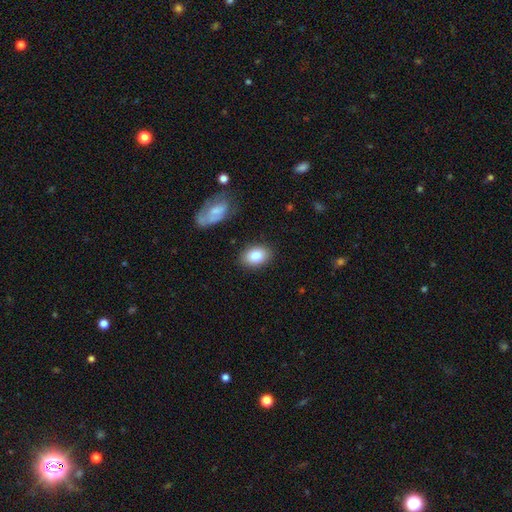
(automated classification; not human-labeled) This appears to be a smooth galaxy with no disk features (82%) that is in between round and cigar-shaped (79%). Merging: none (86%).